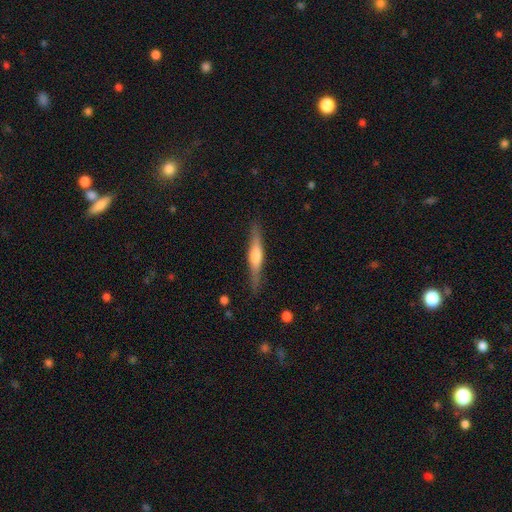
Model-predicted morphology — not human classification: Smooth or featured? featured or disk (61%)
Edge-on disk? yes (97%)
Edge-on bulge? rounded (79%)
Merging? none (86%)